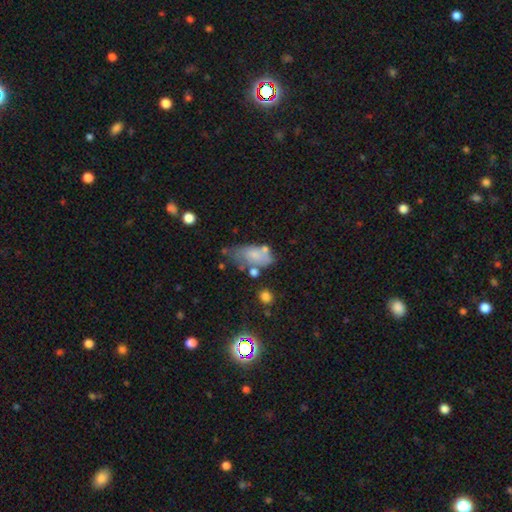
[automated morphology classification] Overall: smooth (60%; featured or disk 32%). How rounded: in between (91%). Merging: minor disturbance (31%; none 29%).